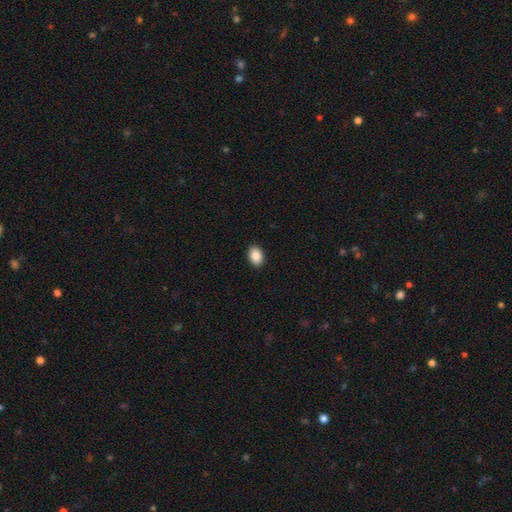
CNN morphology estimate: The model was most divided on "how rounded": in between: 82%, round: 16%, cigar-shaped: 1%. More confident: merging — none (91%); smooth or featured — smooth (88%).